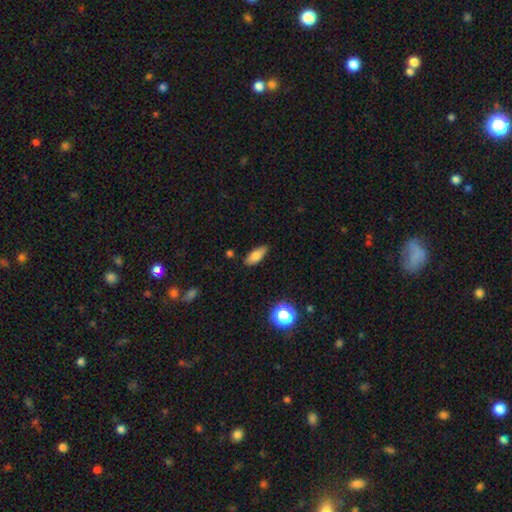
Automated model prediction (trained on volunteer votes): smooth_or_featured: smooth (p=0.77) [alt: featured or disk p=0.13]
how_rounded: in between (p=0.79) [alt: cigar-shaped p=0.17]
merging: none (p=0.82) [alt: minor disturbance p=0.14]